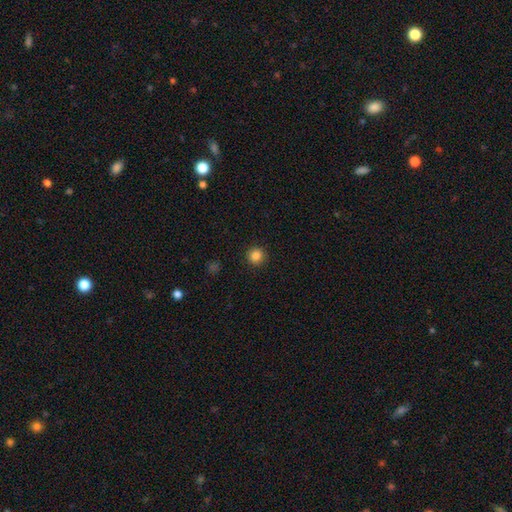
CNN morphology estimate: Smooth or featured?
  - smooth: 85% *
  - star or artifact: 11%
  - featured or disk: 4%
How rounded?
  - round: 95% *
  - in between: 4%
  - cigar-shaped: 1%
Merging?
  - none: 92% *
  - minor disturbance: 5%
  - major disturbance: 2%
  - merger: 1%